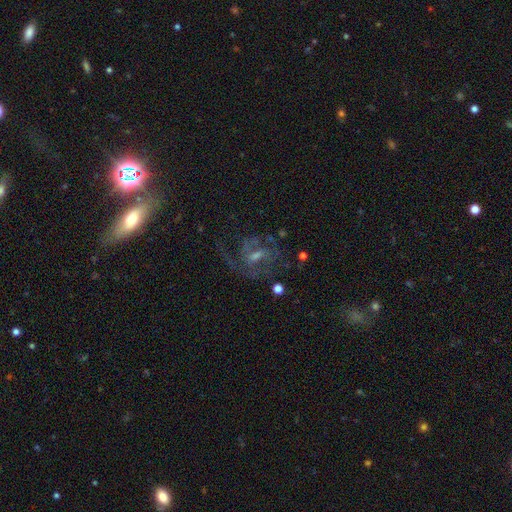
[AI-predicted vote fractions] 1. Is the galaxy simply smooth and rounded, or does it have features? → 74% featured or disk, 15% star or artifact, 12% smooth.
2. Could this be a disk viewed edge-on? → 97% no, 3% yes.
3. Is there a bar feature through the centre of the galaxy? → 51% weak, 34% no, 15% strong.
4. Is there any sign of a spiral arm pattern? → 89% yes, 11% no.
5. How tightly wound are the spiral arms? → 49% medium, 27% tight, 24% loose.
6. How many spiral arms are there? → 40% 2, 26% can't tell, 16% 3, 9% 1, 5% 4, 4% more than 4.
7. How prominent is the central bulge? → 43% small, 42% moderate, 10% none, 4% large, 1% dominant.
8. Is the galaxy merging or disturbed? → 59% none, 22% major disturbance, 16% minor disturbance, 4% merger.